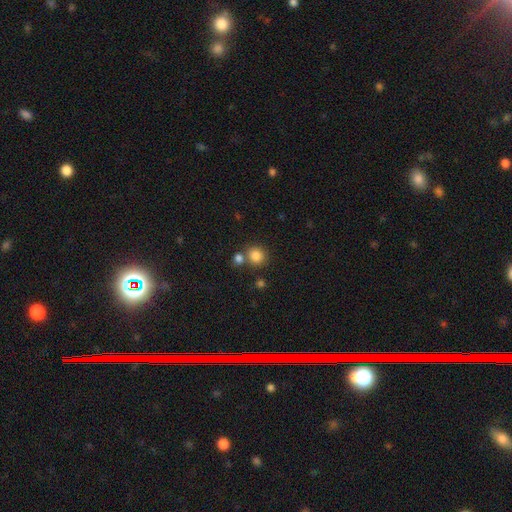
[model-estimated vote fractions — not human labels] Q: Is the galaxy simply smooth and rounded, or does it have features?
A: smooth — 84%.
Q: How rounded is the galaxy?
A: round — 84%.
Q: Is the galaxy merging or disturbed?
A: none — 65%.